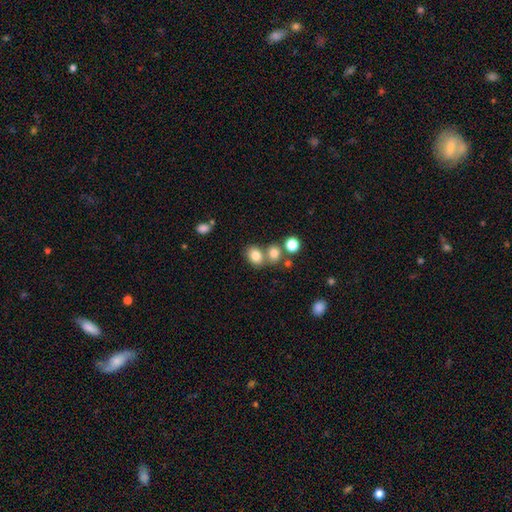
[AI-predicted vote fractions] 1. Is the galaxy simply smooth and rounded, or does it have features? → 80% smooth, 12% star or artifact, 9% featured or disk.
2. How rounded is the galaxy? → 51% in between, 48% round, 1% cigar-shaped.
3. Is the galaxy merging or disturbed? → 53% none, 32% merger, 10% minor disturbance, 4% major disturbance.